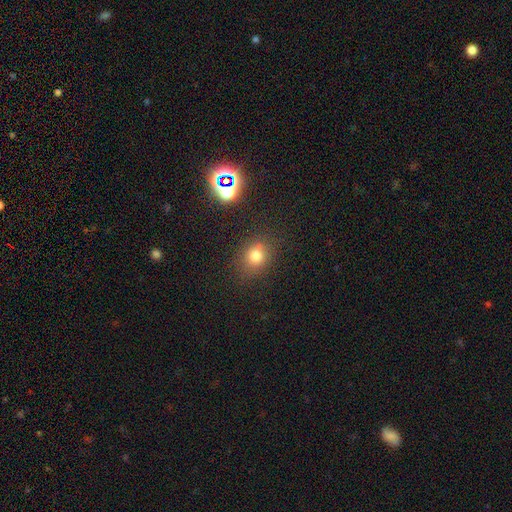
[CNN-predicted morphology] Overall: smooth (76%). How rounded: round (65%; in between 34%). Merging: none (77%).